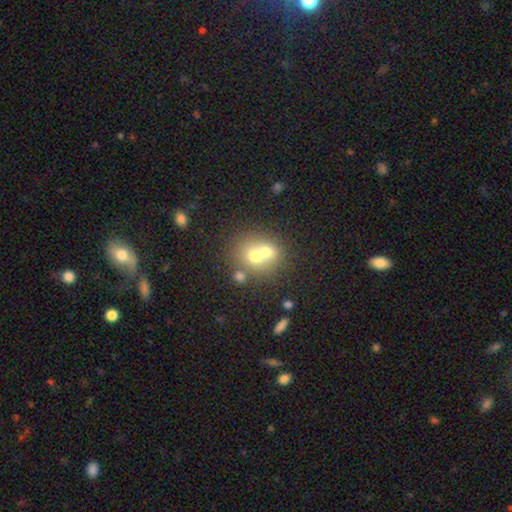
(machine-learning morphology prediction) Smooth or featured? Predicted: smooth (p=0.63). How rounded? Predicted: round (p=0.73). Merging? Predicted: merger (p=0.60).